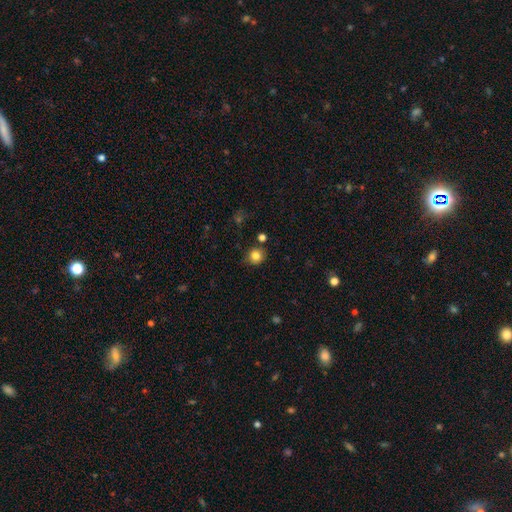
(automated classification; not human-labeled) The model was most divided on "smooth or featured": smooth: 83%, star or artifact: 11%, featured or disk: 6%. More confident: how rounded — round (89%); merging — none (83%).